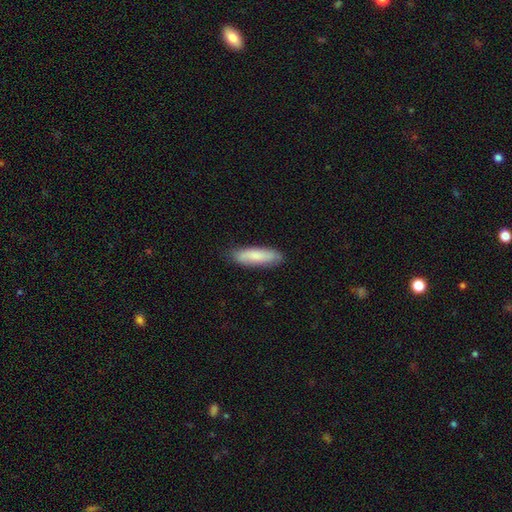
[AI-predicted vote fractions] A smooth galaxy with no disk features (77%) that is cigar-shaped (55%). Merging: none (83%).